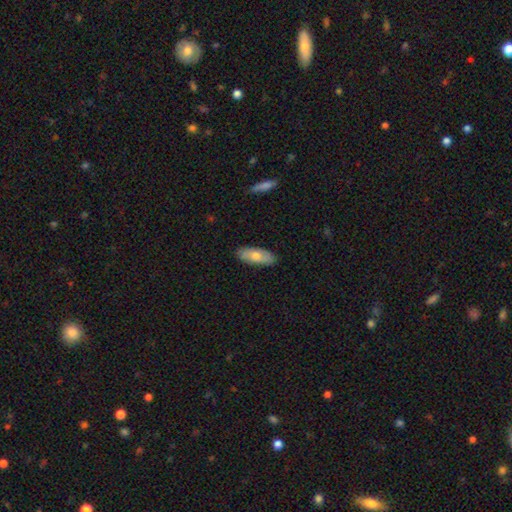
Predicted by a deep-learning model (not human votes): Overall: smooth (68%). How rounded: in between (80%). Merging: none (88%).